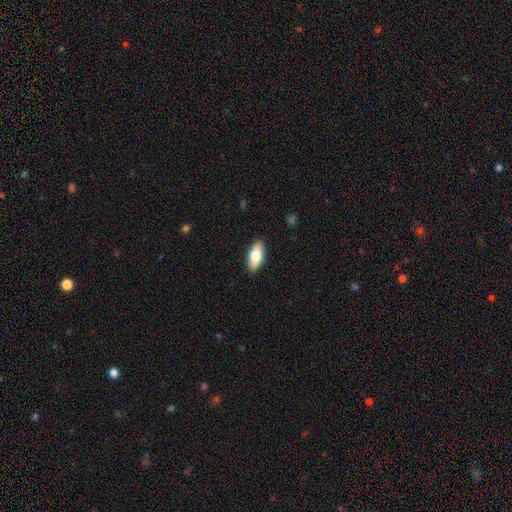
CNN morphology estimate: The model was most divided on "smooth or featured": smooth: 76%, featured or disk: 18%, star or artifact: 6%. More confident: merging — none (89%); how rounded — in between (87%).